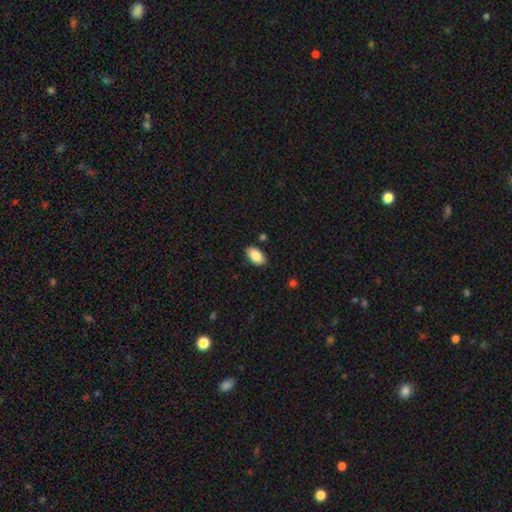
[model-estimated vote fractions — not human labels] This is clearly a smooth galaxy (87%). How rounded: clearly in between (94%). Merging: clearly none (86%).